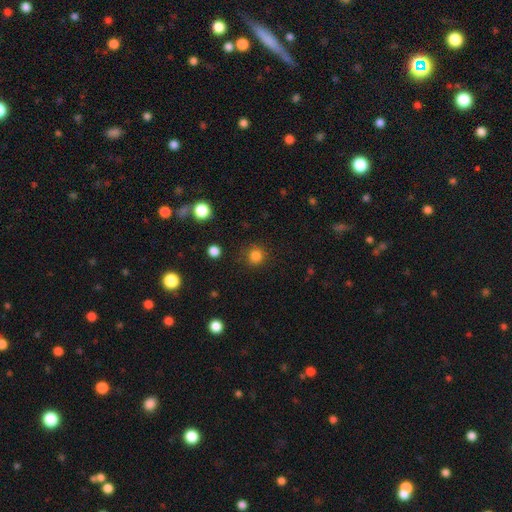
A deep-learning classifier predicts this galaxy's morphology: Smooth or featured: smooth — 82% (star or artifact — 14%)
How rounded: round — 93% (in between — 6%)
Merging: none — 88% (minor disturbance — 8%)